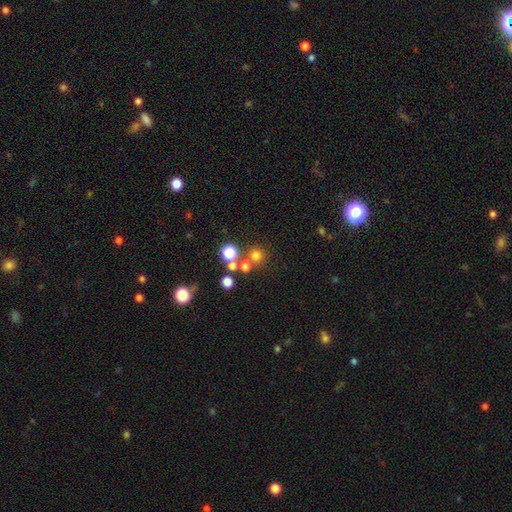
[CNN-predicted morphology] This appears to be a smooth galaxy with no disk features (70%) that is round (92%). Merging: none (70%).